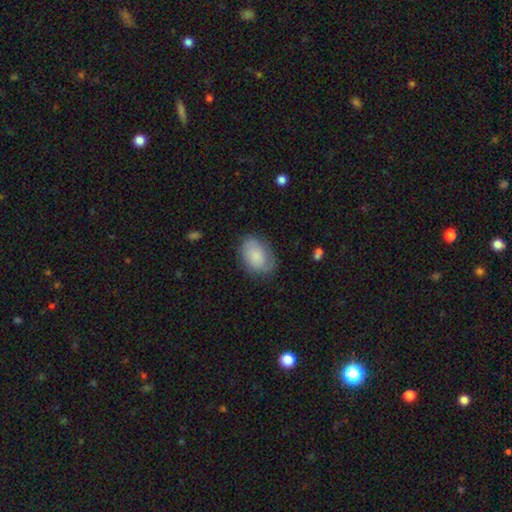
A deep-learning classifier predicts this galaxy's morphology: Smooth or featured? Predicted: smooth (p=0.79). How rounded? Predicted: in between (p=0.86). Merging? Predicted: none (p=0.70).